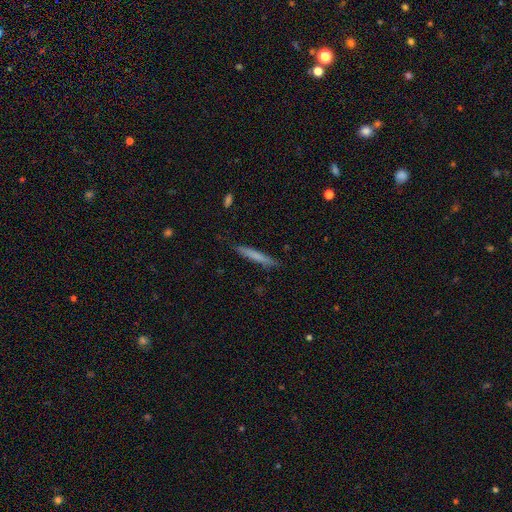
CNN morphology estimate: This appears to be a smooth galaxy with no disk features (71%) that is cigar-shaped (95%). Merging: none (86%).